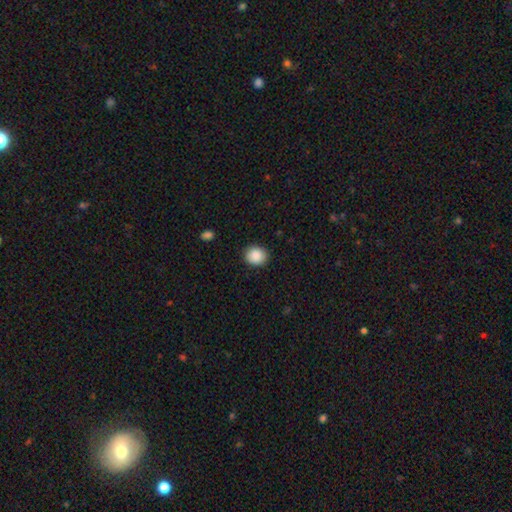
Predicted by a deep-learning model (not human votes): A smooth galaxy with no disk features (89%) that is round (74%).

Vote fractions:
- Smooth or featured? smooth: 89% / star or artifact: 8% / featured or disk: 3%
- How rounded? round: 74% / in between: 25% / cigar-shaped: 1%
- Merging? none: 89% / minor disturbance: 7% / major disturbance: 2% / merger: 1%